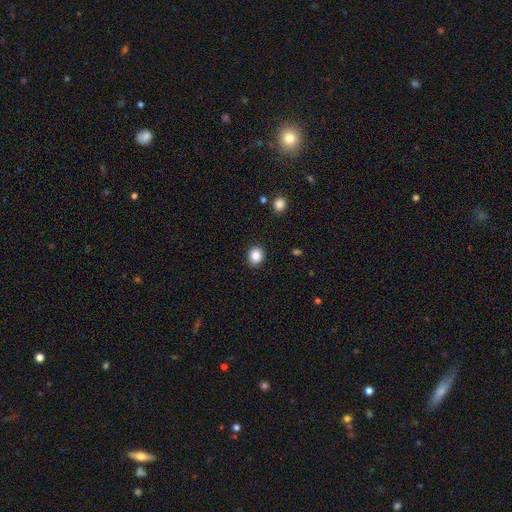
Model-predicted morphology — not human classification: This is clearly a smooth galaxy (88%). How rounded: likely round (73%). Merging: clearly none (90%).